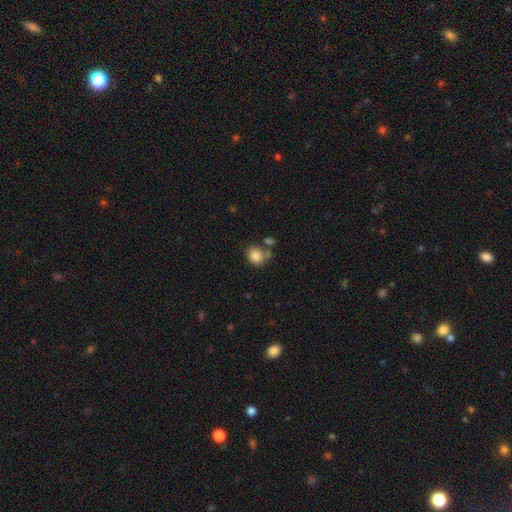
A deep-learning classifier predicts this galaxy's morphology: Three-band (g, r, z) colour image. It shows a smooth galaxy with no disk features (86%) that is round (70%). Merging: none (66%).